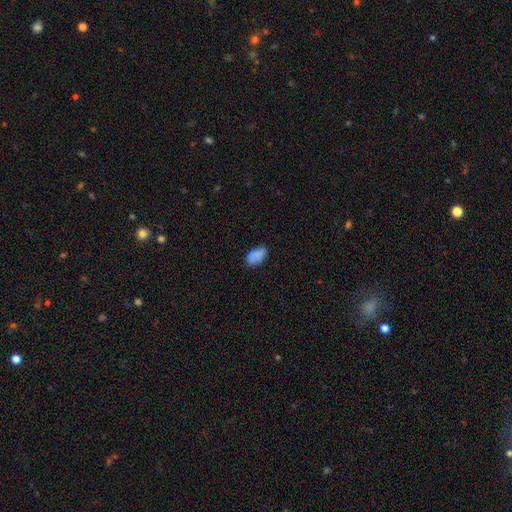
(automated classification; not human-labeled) Q: Smooth or featured?
A: smooth (83%); runner-up: star or artifact (9%)
Q: How rounded?
A: in between (93%); runner-up: round (5%)
Q: Merging?
A: none (75%); runner-up: minor disturbance (19%)